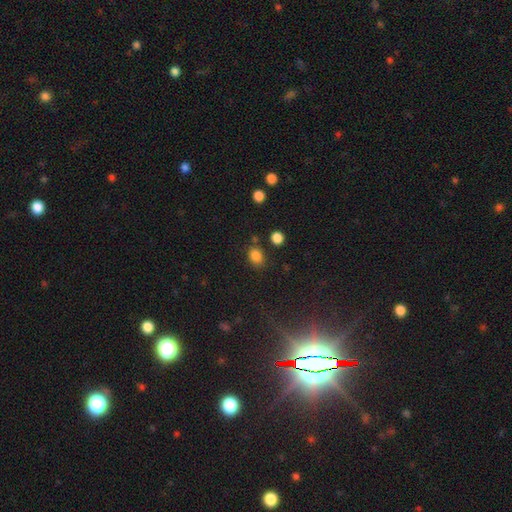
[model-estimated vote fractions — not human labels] Smooth or featured? Predicted: smooth (p=0.83). How rounded? Predicted: in between (p=0.53). Merging? Predicted: none (p=0.74).